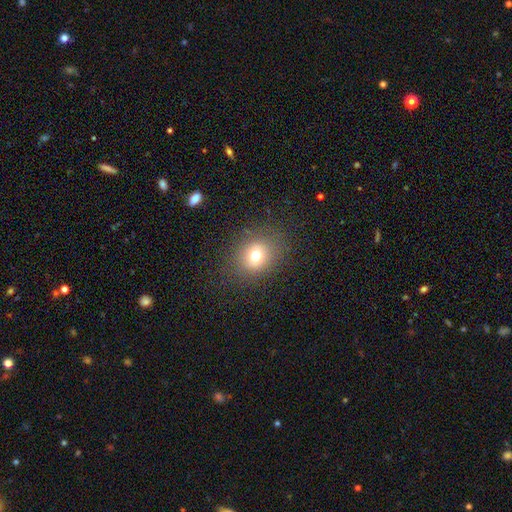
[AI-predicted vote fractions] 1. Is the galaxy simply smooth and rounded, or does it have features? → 73% smooth, 15% star or artifact, 12% featured or disk.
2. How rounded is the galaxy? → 67% round, 32% in between, 1% cigar-shaped.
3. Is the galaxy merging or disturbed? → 84% none, 10% minor disturbance, 5% major disturbance, 1% merger.